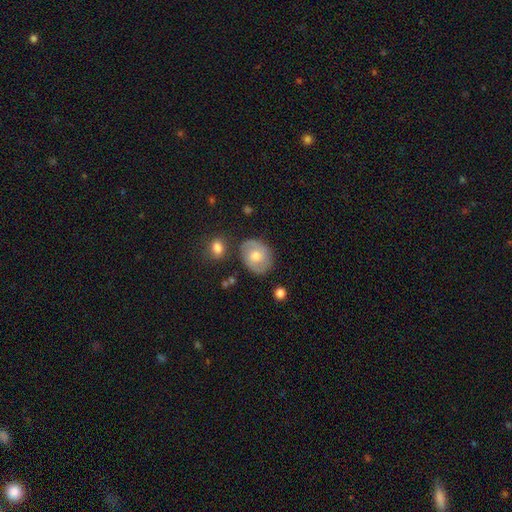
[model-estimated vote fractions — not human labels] Smooth or featured? Predicted: smooth (p=0.53). How rounded? Predicted: round (p=0.56). Merging? Predicted: none (p=0.74).